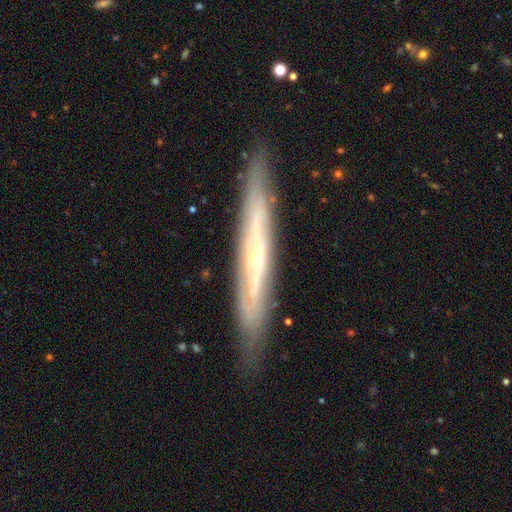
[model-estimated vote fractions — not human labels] Q: Smooth or featured?
A: featured or disk (75%); runner-up: smooth (18%)
Q: Edge-on disk?
A: yes (76%); runner-up: no (24%)
Q: Edge-on bulge?
A: rounded (57%); runner-up: none (40%)
Q: Merging?
A: none (84%); runner-up: minor disturbance (12%)